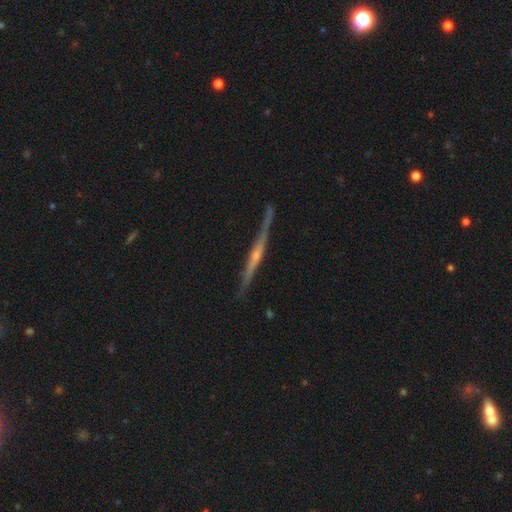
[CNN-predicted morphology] Smooth or featured: featured or disk — 80% (smooth — 12%)
Edge-on disk: yes — 97% (no — 3%)
Edge-on bulge: rounded — 72% (none — 19%)
Merging: none — 87% (minor disturbance — 9%)